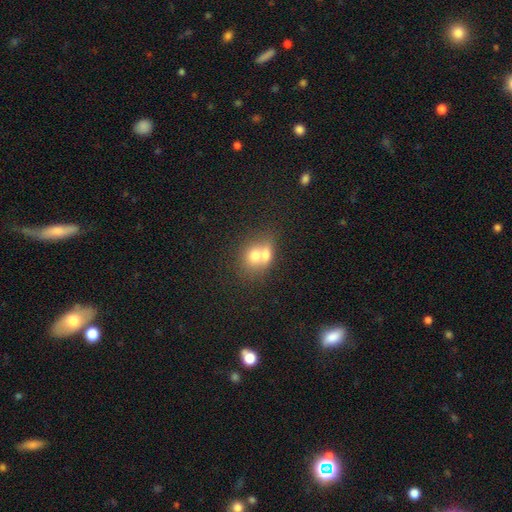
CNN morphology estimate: A smooth galaxy with no disk features (67%) that is round (57%). Merging: merger (68%).